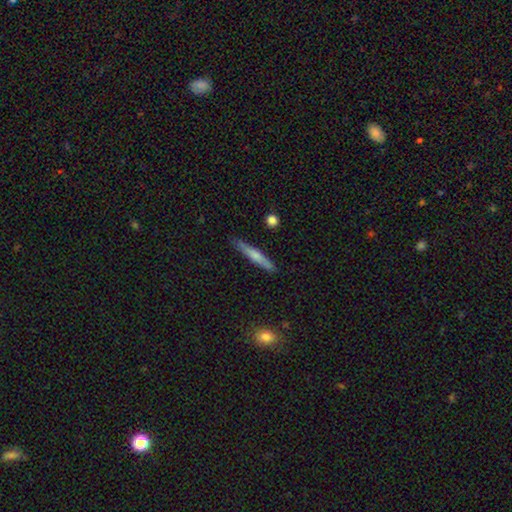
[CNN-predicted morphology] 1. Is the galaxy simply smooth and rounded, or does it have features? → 58% smooth, 36% featured or disk, 6% star or artifact.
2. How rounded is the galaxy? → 94% cigar-shaped, 5% in between, 2% round.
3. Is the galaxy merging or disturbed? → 86% none, 11% minor disturbance, 2% major disturbance, 2% merger.